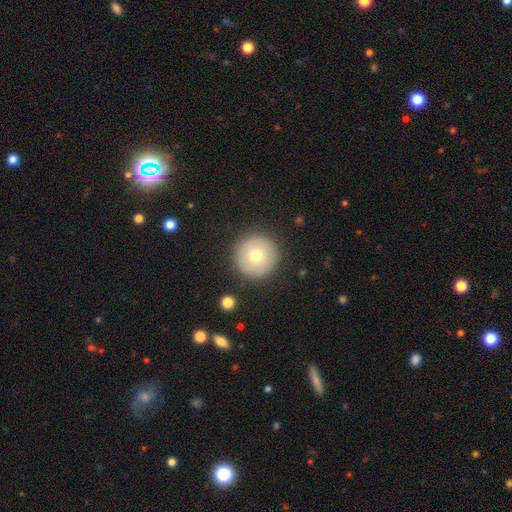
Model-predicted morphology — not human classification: Smooth or featured?
  - smooth: 72% *
  - featured or disk: 18%
  - star or artifact: 10%
How rounded?
  - round: 97% *
  - in between: 2%
  - cigar-shaped: 1%
Merging?
  - none: 90% *
  - minor disturbance: 6%
  - major disturbance: 2%
  - merger: 1%